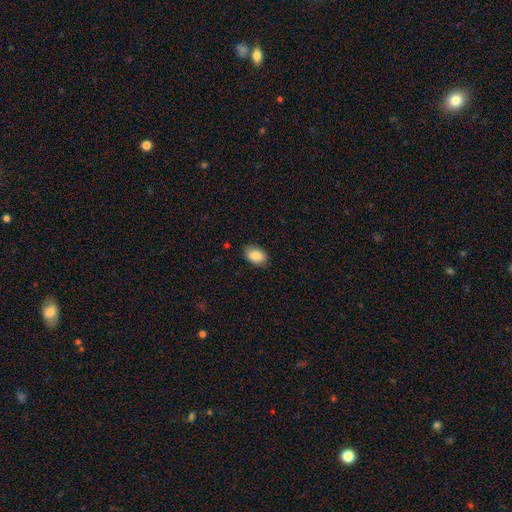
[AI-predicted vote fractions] A smooth galaxy with no disk features (87%) that is in between round and cigar-shaped (87%). Merging: none (84%).